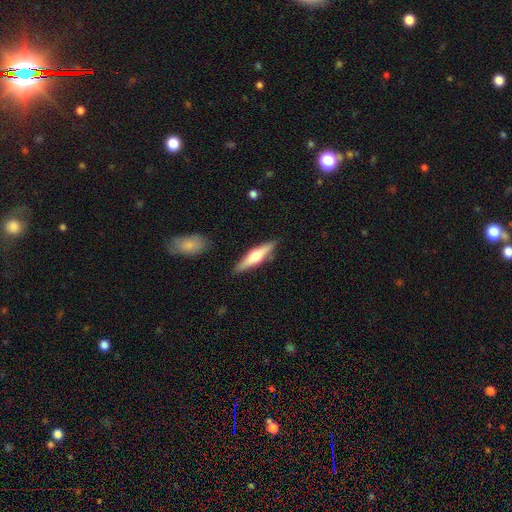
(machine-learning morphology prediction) Smooth or featured? Predicted: featured or disk (p=0.51). Edge-on disk? Predicted: yes (p=0.94). Merging? Predicted: none (p=0.86).